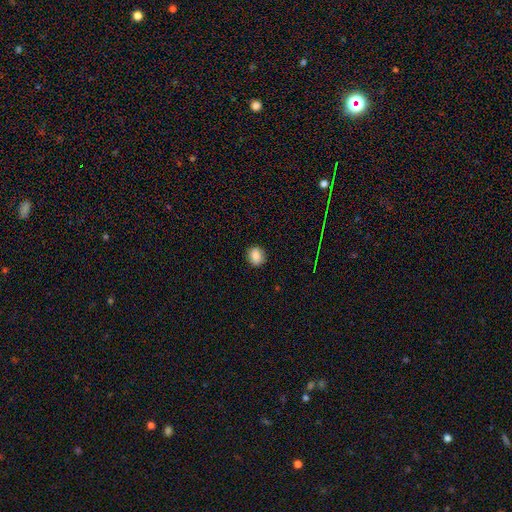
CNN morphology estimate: Smooth or featured: smooth — 82% (star or artifact — 10%)
How rounded: round — 82% (in between — 17%)
Merging: none — 90% (minor disturbance — 7%)